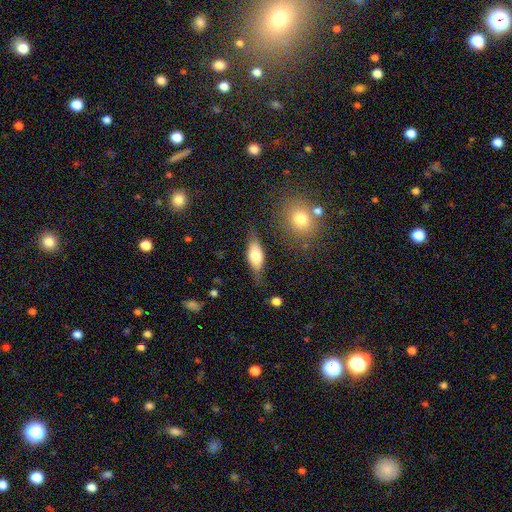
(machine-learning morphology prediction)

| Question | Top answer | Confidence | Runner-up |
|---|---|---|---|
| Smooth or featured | smooth | 63% | featured or disk (30%) |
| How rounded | in between | 77% | cigar-shaped (19%) |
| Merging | none | 68% | minor disturbance (22%) |